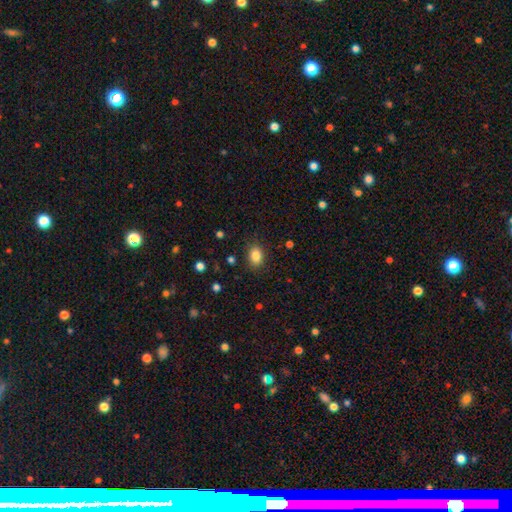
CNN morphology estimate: This appears to be a smooth galaxy with no disk features (85%) that is in between round and cigar-shaped (74%). Merging: none (85%).